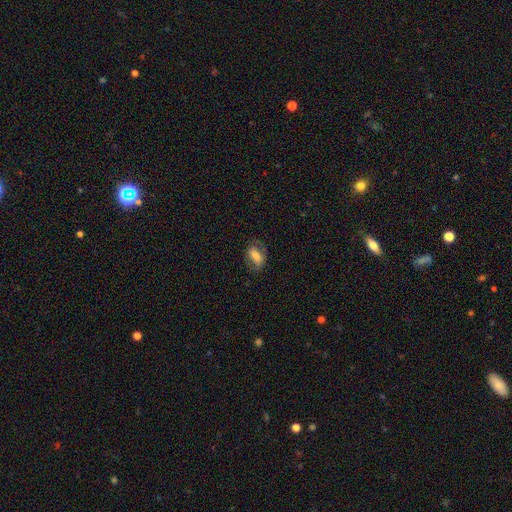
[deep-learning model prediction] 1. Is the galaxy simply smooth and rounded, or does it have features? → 57% smooth, 35% featured or disk, 8% star or artifact.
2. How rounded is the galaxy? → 85% in between, 11% round, 5% cigar-shaped.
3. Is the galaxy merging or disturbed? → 66% none, 20% minor disturbance, 12% major disturbance, 1% merger.